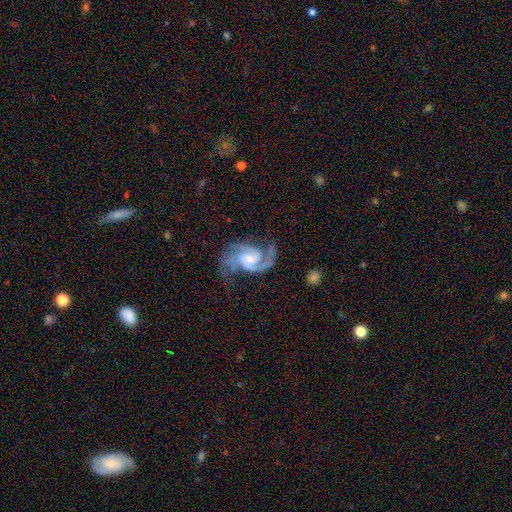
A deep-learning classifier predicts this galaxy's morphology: The model was most divided on "bar": no: 50%, weak: 40%, strong: 10%. Remaining: spiral arms — yes (98%); edge-on disk — no (98%); smooth or featured — featured or disk (91%); merging — none (62%); spiral winding — medium (57%); spiral arm count — 2 (53%); bulge size — small (46%).